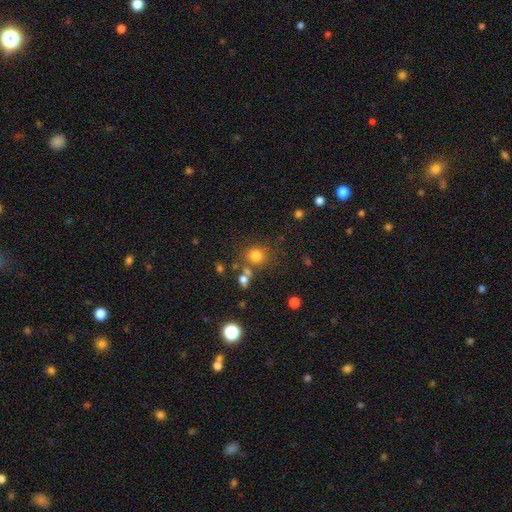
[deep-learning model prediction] Smooth or featured? Predicted: smooth (p=0.76). How rounded? Predicted: round (p=0.79). Merging? Predicted: none (p=0.67).